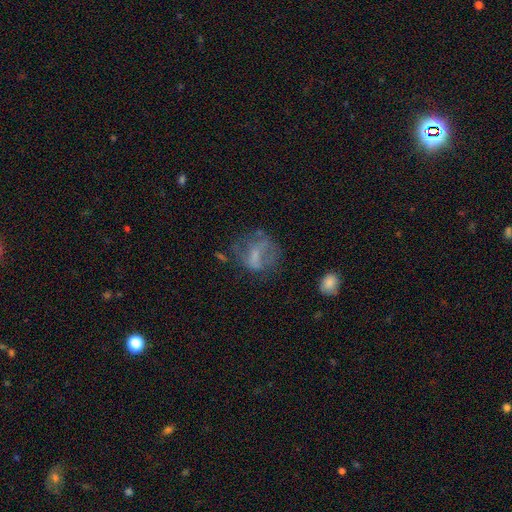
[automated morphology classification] Smooth or featured? featured or disk (46%)
Merging? none (44%)